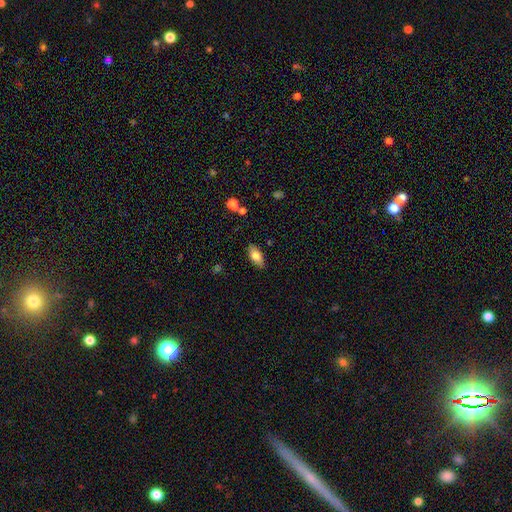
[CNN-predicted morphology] This appears to be a smooth galaxy with no disk features (77%) that is in between round and cigar-shaped (87%). Merging: none (85%).